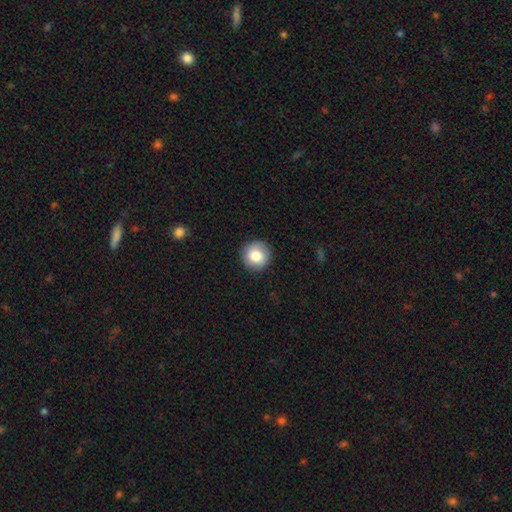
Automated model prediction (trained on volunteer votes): Q: Smooth or featured?
A: smooth (82%); runner-up: featured or disk (10%)
Q: How rounded?
A: round (94%); runner-up: in between (5%)
Q: Merging?
A: none (89%); runner-up: minor disturbance (8%)